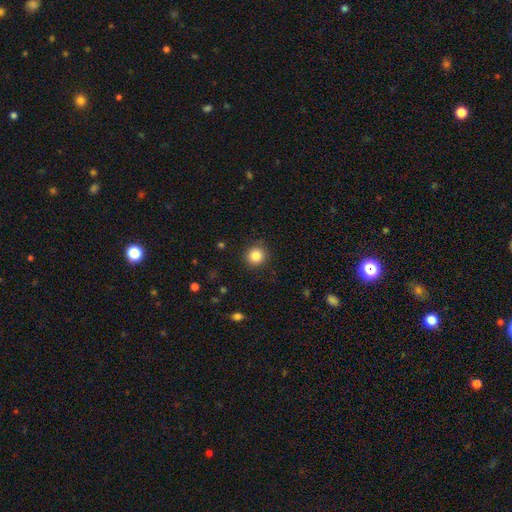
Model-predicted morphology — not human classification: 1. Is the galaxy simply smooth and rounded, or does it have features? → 85% smooth, 10% star or artifact, 5% featured or disk.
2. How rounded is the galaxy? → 92% round, 7% in between, 1% cigar-shaped.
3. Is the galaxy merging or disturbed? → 89% none, 7% minor disturbance, 3% major disturbance, 1% merger.